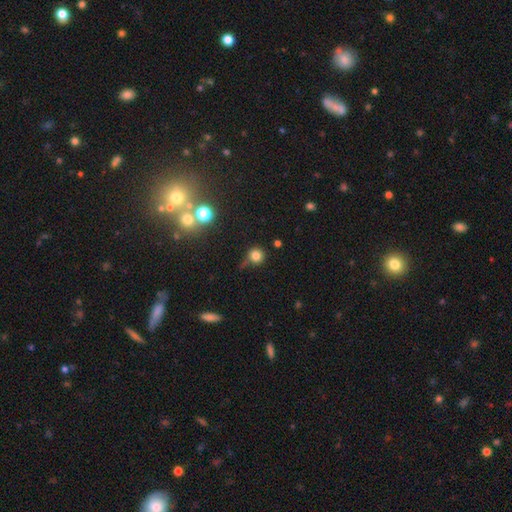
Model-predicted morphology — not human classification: The model was most divided on "merging": none: 67%, minor disturbance: 17%, merger: 9%, major disturbance: 7%. More confident: how rounded — round (92%); smooth or featured — smooth (79%).